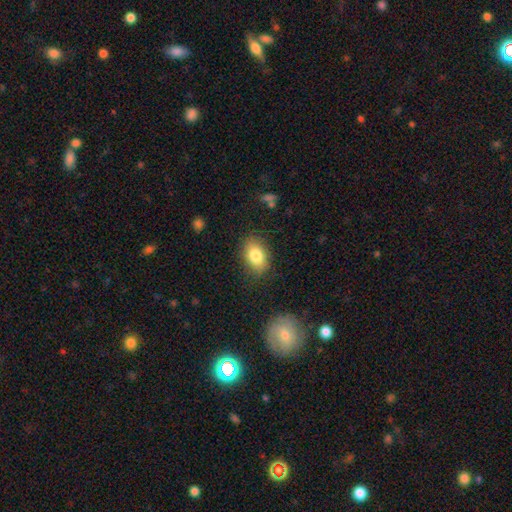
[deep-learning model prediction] Smooth or featured? smooth (82%)
How rounded? in between (86%)
Merging? none (82%)